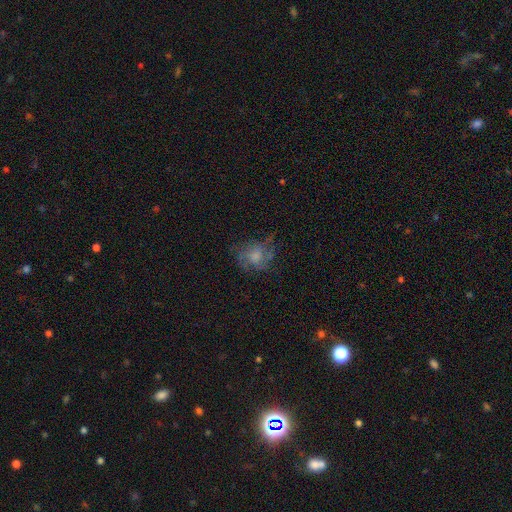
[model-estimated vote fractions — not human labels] Smooth or featured?
  - smooth: 44% *
  - featured or disk: 43%
  - star or artifact: 13%
Merging?
  - none: 57% *
  - minor disturbance: 22%
  - major disturbance: 20%
  - merger: 2%